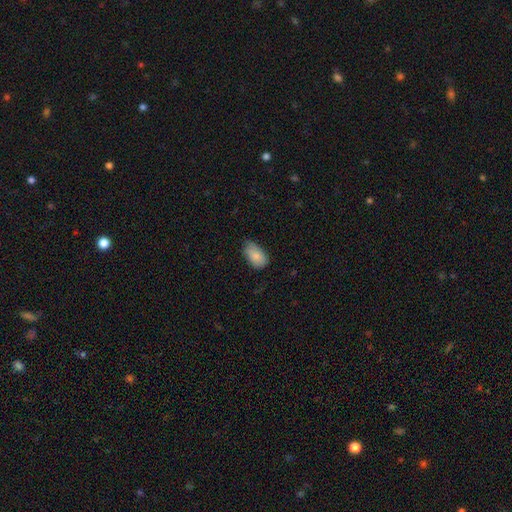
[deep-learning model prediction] Q: Smooth or featured?
A: smooth (84%); runner-up: featured or disk (9%)
Q: How rounded?
A: in between (93%); runner-up: round (5%)
Q: Merging?
A: none (62%); runner-up: minor disturbance (32%)